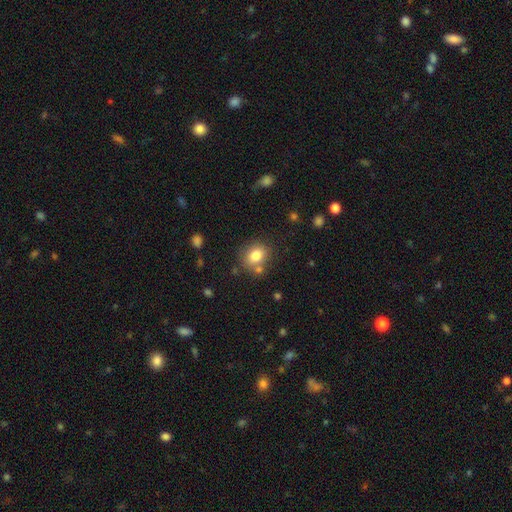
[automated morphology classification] The model was most divided on "how rounded": round: 58%, in between: 41%, cigar-shaped: 1%. More confident: smooth or featured — smooth (80%); merging — none (70%).